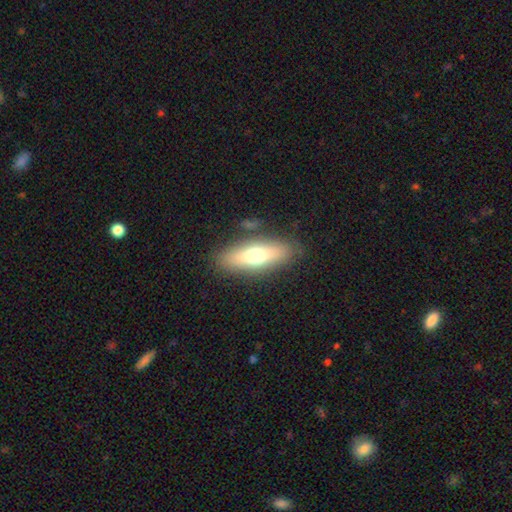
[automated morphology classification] A smooth galaxy with no disk features (59%) that is in between round and cigar-shaped (49%). Merging: none (83%).